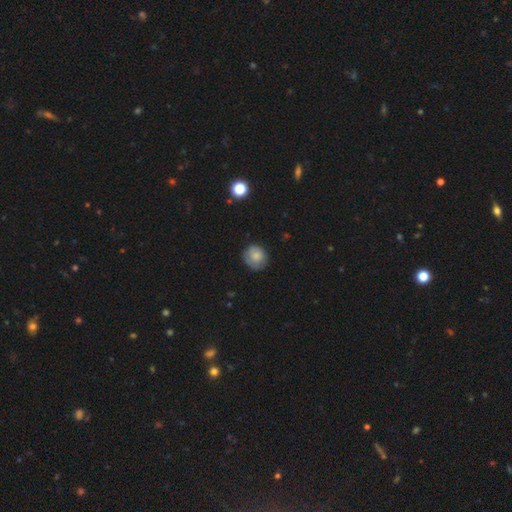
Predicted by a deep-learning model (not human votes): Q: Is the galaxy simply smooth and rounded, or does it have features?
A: smooth — 78%.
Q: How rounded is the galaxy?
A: round — 83%.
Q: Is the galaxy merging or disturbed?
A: none — 75%.